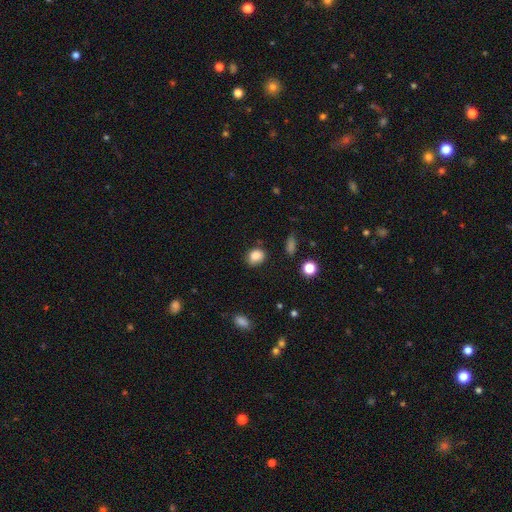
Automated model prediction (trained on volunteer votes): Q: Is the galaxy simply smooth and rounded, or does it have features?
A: smooth — 85%.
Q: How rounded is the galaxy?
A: round — 53%.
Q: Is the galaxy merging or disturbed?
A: none — 75%.